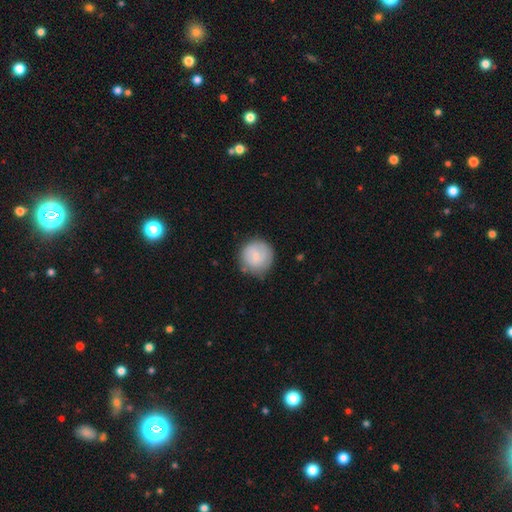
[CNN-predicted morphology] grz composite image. It shows a smooth galaxy with no disk features (71%) that is round (93%). Merging: none (75%).